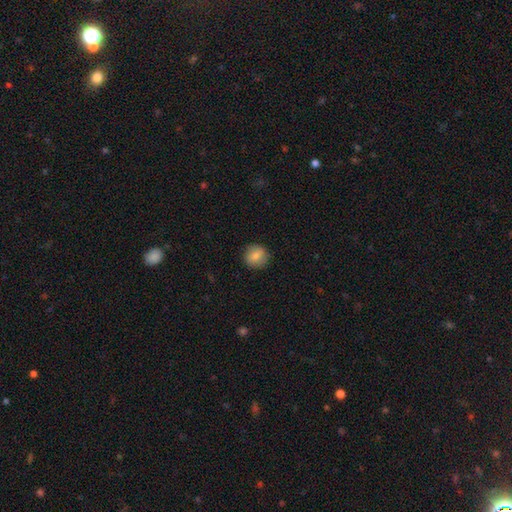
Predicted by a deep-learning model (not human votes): The model was most divided on "smooth or featured": smooth: 82%, featured or disk: 9%, star or artifact: 8%. More confident: how rounded — round (90%); merging — none (89%).